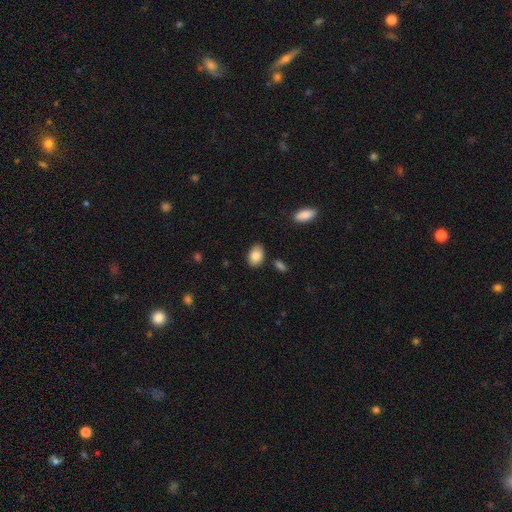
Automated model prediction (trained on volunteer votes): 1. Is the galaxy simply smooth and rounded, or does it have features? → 85% smooth, 8% featured or disk, 7% star or artifact.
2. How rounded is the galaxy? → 87% in between, 11% round, 1% cigar-shaped.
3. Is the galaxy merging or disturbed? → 84% none, 11% minor disturbance, 3% merger, 2% major disturbance.